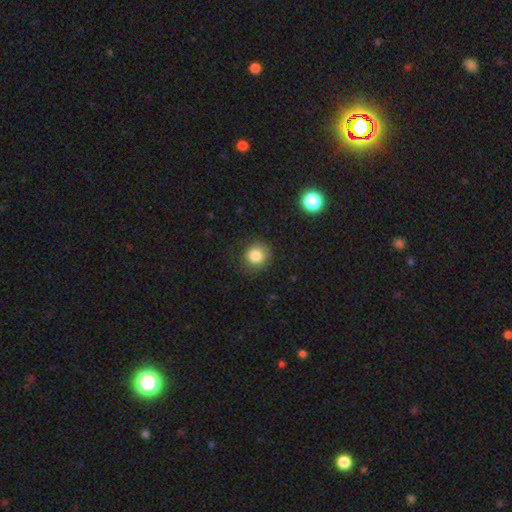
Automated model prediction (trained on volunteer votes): Smooth or featured?
  - smooth: 83% *
  - star or artifact: 11%
  - featured or disk: 6%
How rounded?
  - round: 87% *
  - in between: 13%
  - cigar-shaped: 1%
Merging?
  - none: 84% *
  - minor disturbance: 11%
  - major disturbance: 4%
  - merger: 1%